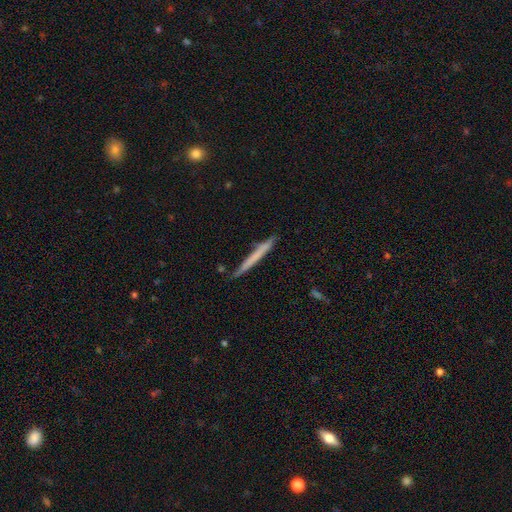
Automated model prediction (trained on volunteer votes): Morphology: type=smooth (59%); roundness=cigar-shaped (97%); merging=none (86%).